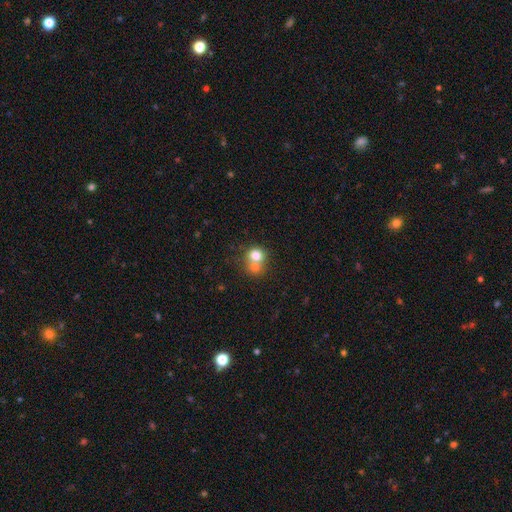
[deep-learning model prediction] A smooth galaxy with no disk features (75%) that is round (77%).

Vote fractions:
- Smooth or featured? smooth: 75% / featured or disk: 15% / star or artifact: 11%
- How rounded? round: 77% / in between: 22% / cigar-shaped: 1%
- Merging? merger: 57% / none: 33% / minor disturbance: 7% / major disturbance: 4%